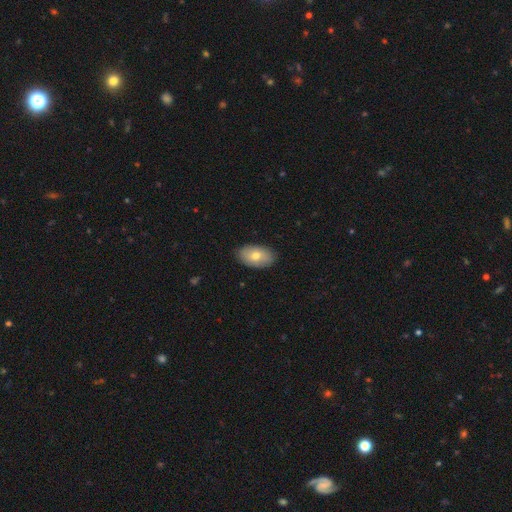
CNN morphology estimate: Smooth or featured? smooth (72%)
How rounded? in between (92%)
Merging? none (87%)